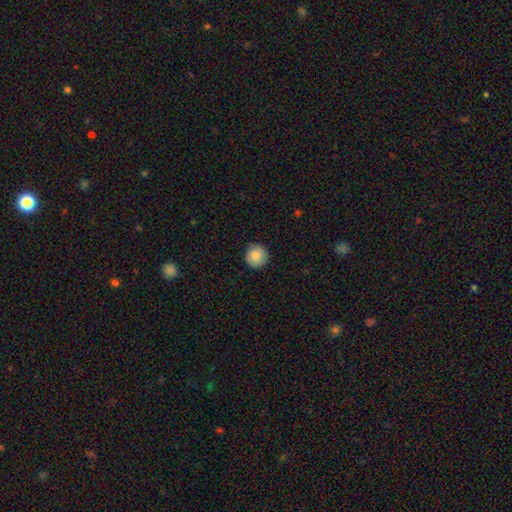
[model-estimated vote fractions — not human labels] Smooth or featured: smooth — 84% (featured or disk — 8%)
How rounded: round — 94% (in between — 5%)
Merging: none — 86% (minor disturbance — 11%)